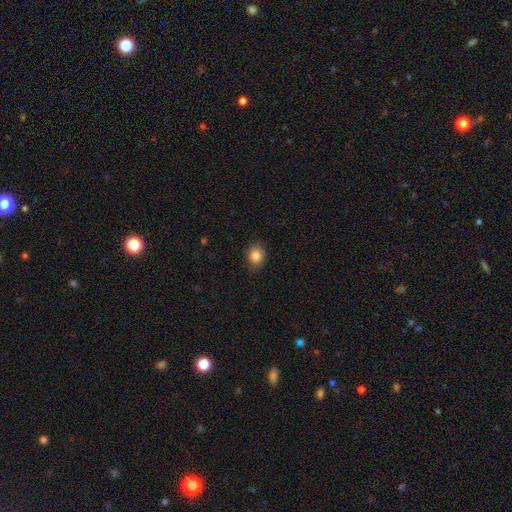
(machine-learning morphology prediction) A smooth galaxy with no disk features (86%) that is round (58%).

Vote fractions:
- Smooth or featured? smooth: 86% / star or artifact: 10% / featured or disk: 5%
- How rounded? round: 58% / in between: 41% / cigar-shaped: 1%
- Merging? none: 87% / minor disturbance: 10% / major disturbance: 2% / merger: 1%